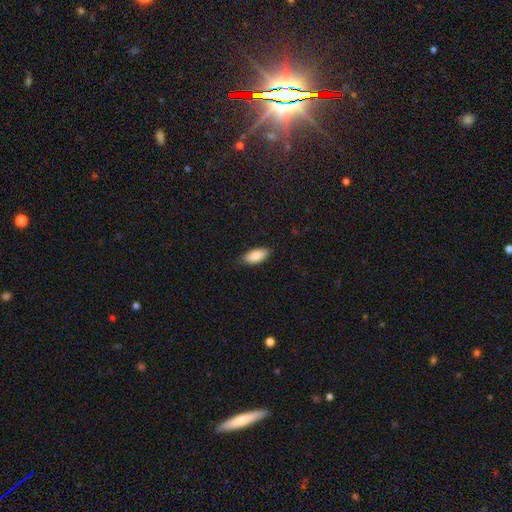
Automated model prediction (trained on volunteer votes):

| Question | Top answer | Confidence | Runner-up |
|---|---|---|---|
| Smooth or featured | smooth | 84% | featured or disk (10%) |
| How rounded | in between | 88% | cigar-shaped (10%) |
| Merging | none | 85% | minor disturbance (12%) |